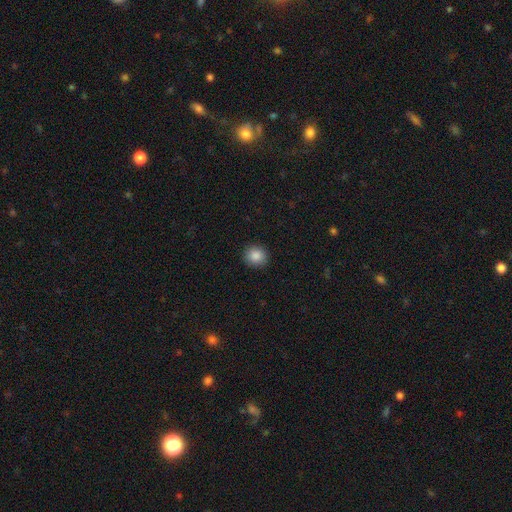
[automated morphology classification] Smooth or featured?
  - smooth: 87% *
  - star or artifact: 9%
  - featured or disk: 4%
How rounded?
  - round: 87% *
  - in between: 12%
  - cigar-shaped: 1%
Merging?
  - none: 91% *
  - minor disturbance: 6%
  - major disturbance: 2%
  - merger: 1%